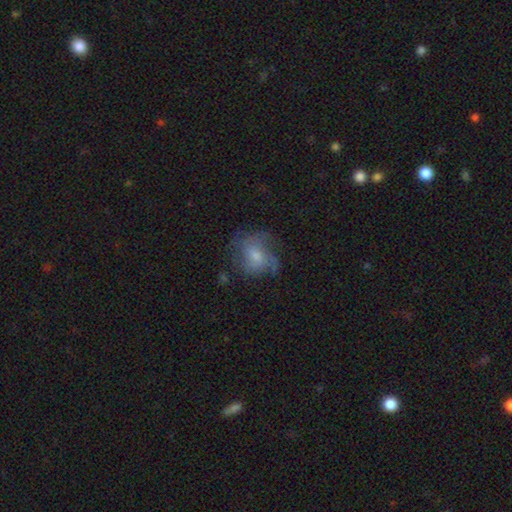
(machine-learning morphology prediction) smooth-or-featured: featured or disk: 51% | smooth: 39% | star or artifact: 10%
  disk-edge-on: no: 97% | yes: 3%
  merging: none: 50% | minor disturbance: 25% | major disturbance: 23% | merger: 2%